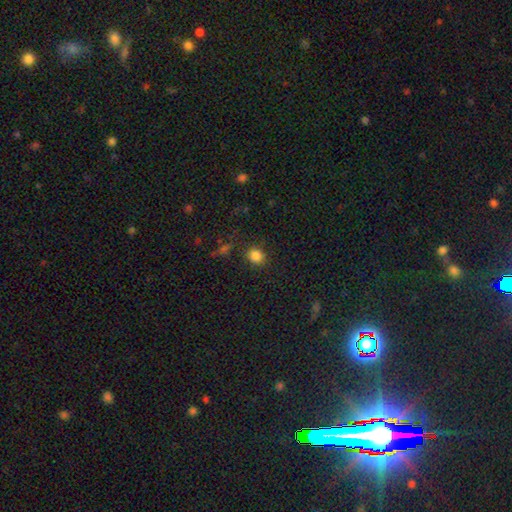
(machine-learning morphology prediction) This appears to be a smooth galaxy with no disk features (83%) that is round (72%). Merging: none (85%).